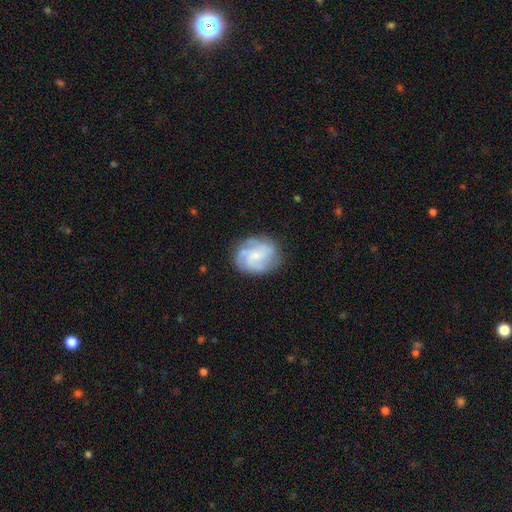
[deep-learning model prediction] This appears to be a featured or disk galaxy (68%) with no bar (61%), 3 (32%) medium (43%) spiral arms (90%) and a small central bulge (59%). Merging: none (74%).